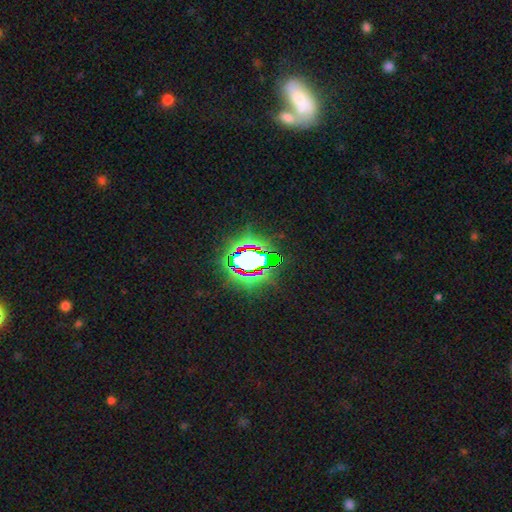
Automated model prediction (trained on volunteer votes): Smooth or featured? star or artifact (71%)